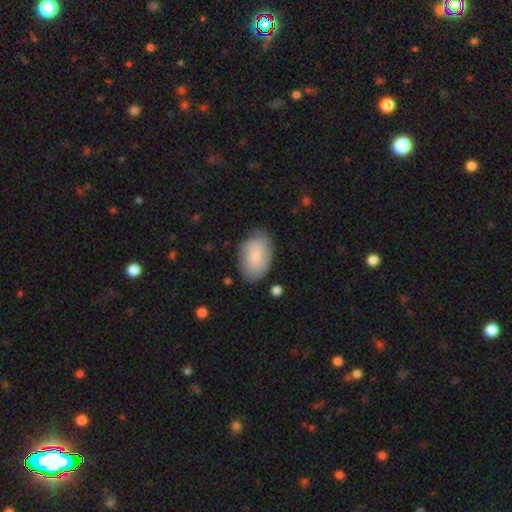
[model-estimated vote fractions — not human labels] Smooth or featured: smooth — 76% (featured or disk — 18%)
How rounded: in between — 90% (round — 9%)
Merging: none — 76% (minor disturbance — 19%)